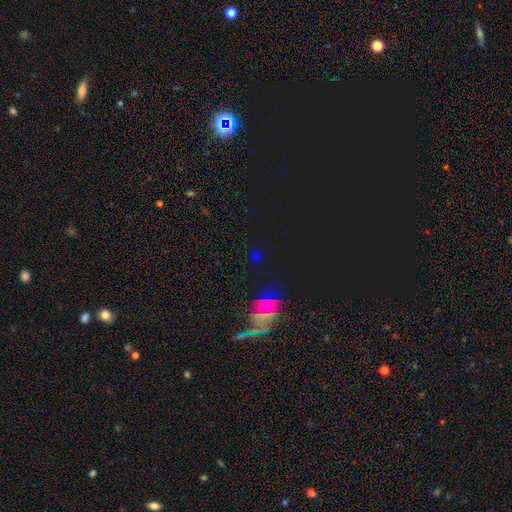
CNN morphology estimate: type=star or artifact (62%).